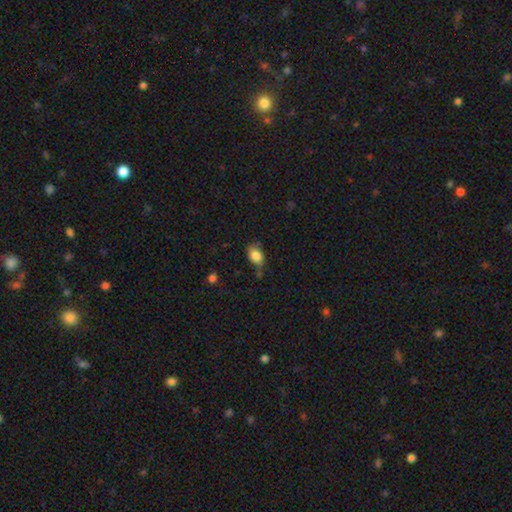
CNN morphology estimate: smooth 83%, featured or disk 9%, star or artifact 8%. Down the decision tree: how rounded — in between (81%); merging — none (61%).